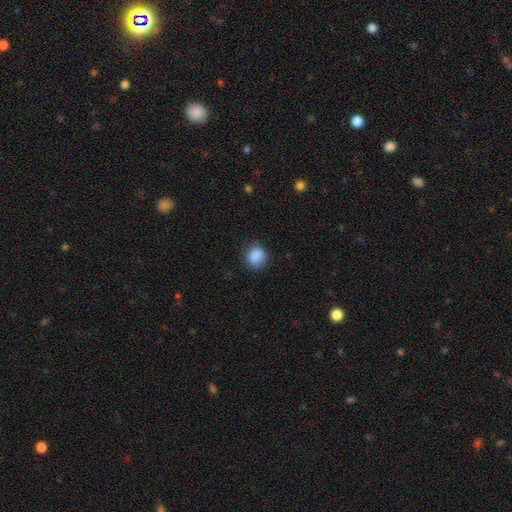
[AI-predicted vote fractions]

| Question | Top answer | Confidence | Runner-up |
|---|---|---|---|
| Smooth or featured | smooth | 86% | star or artifact (9%) |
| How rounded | round | 69% | in between (30%) |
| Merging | none | 75% | minor disturbance (19%) |